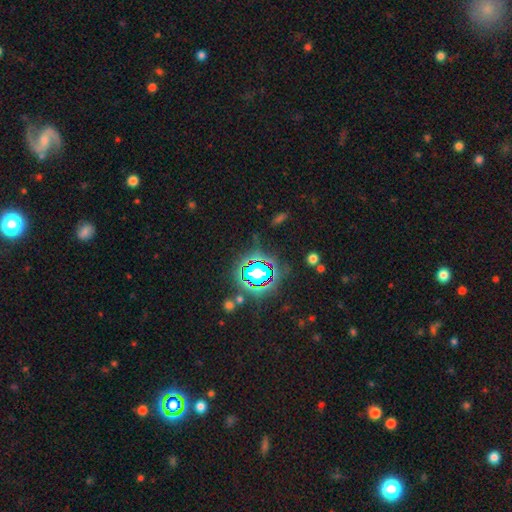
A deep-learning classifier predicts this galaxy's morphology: Smooth or featured?
  - star or artifact: 79% *
  - smooth: 12%
  - featured or disk: 9%